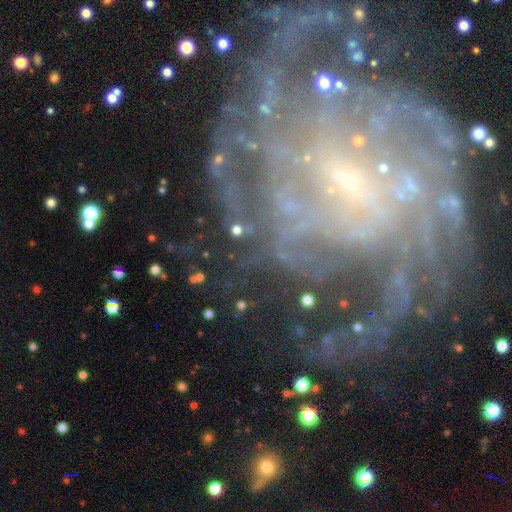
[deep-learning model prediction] The model was most divided on "spiral winding": tight: 41%, medium: 38%, loose: 21%. Remaining: edge-on disk — no (97%); spiral arms — yes (89%); smooth or featured — featured or disk (84%); bulge size — small (70%); merging — none (57%); bar — weak (43%); spiral arm count — can't tell (31%).